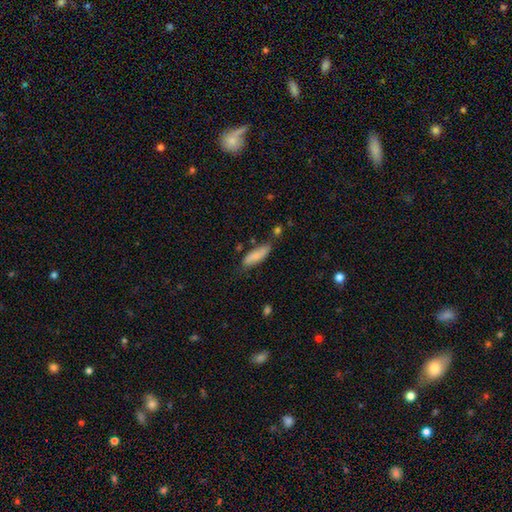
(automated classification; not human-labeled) Overall: smooth (78%). How rounded: in between (55%; cigar-shaped 43%). Merging: none (63%; minor disturbance 26%).